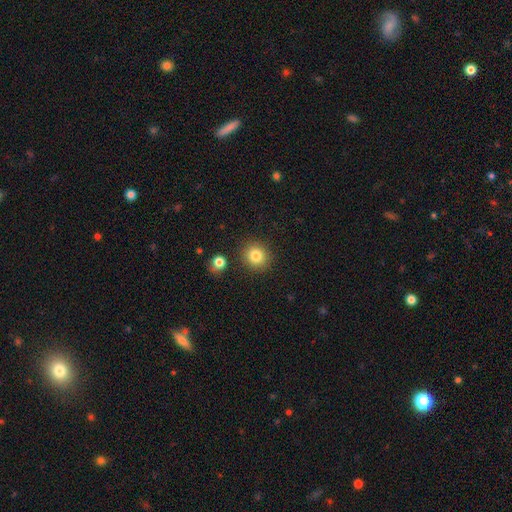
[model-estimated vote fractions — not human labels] smooth_or_featured: smooth (p=0.84) [alt: star or artifact p=0.10]
how_rounded: round (p=0.87) [alt: in between p=0.12]
merging: none (p=0.87) [alt: minor disturbance p=0.07]